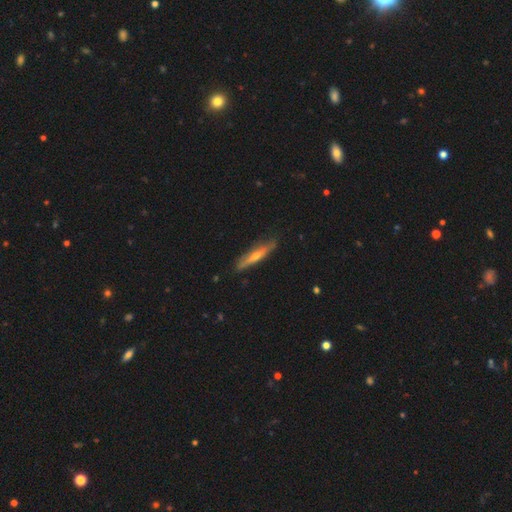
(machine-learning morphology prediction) A featured or disk galaxy (58%) viewed edge-on (88%) with a rounded central bulge (81%). Merging: none (83%).